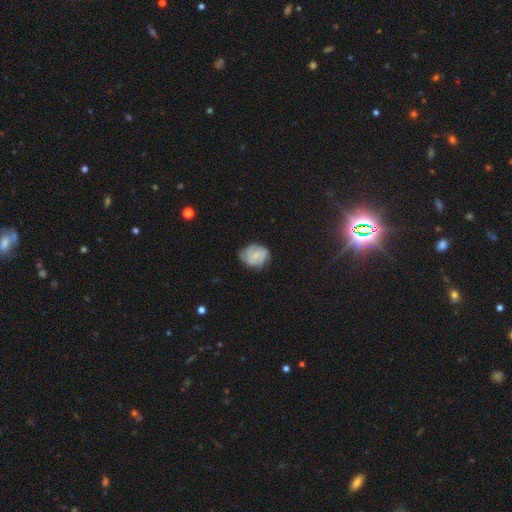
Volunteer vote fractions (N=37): A featured or disk galaxy (59%) with no bar (68%), 2 (54%) tight (69%) spiral arms (59%) and a small central bulge (68%).

Vote fractions:
- Smooth or featured? featured or disk: 59% / smooth: 38% / star or artifact: 3%
- Edge-on disk? no: 100% / yes: 0%
- Bar? no: 68% / weak: 27% / strong: 5%
- Spiral arms? yes: 59% / no: 41%
- Spiral winding? tight: 69% / medium: 15% / loose: 15%
- Spiral arm count? 2: 54% / can't tell: 31% / 1: 8% / 4: 8% / 3: 0% / more than 4: 0%
- Bulge size? small: 68% / moderate: 23% / none: 9% / dominant: 0% / large: 0%
- Merging? none: 58% / minor disturbance: 33% / major disturbance: 8% / merger: 0%